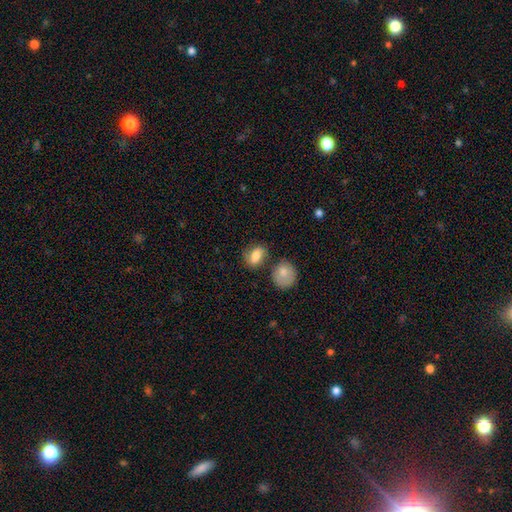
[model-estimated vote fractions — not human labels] The model was most divided on "how rounded": in between: 66%, round: 31%, cigar-shaped: 3%. More confident: smooth or featured — smooth (67%); merging — none (61%).